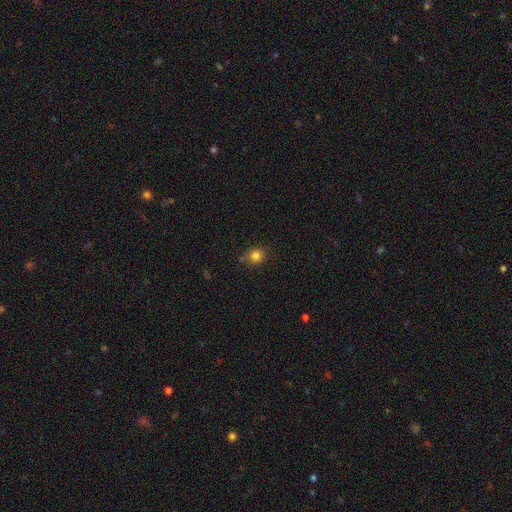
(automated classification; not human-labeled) This is clearly a smooth galaxy (82%). How rounded: likely round (80%). Merging: likely none (71%).